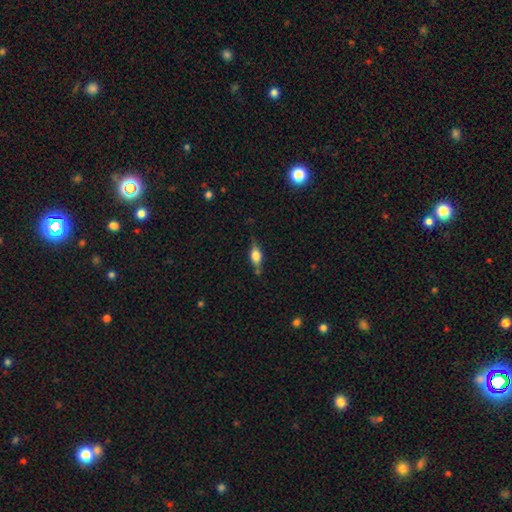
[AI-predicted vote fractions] Morphology: type=smooth (49%); merging=none (72%).